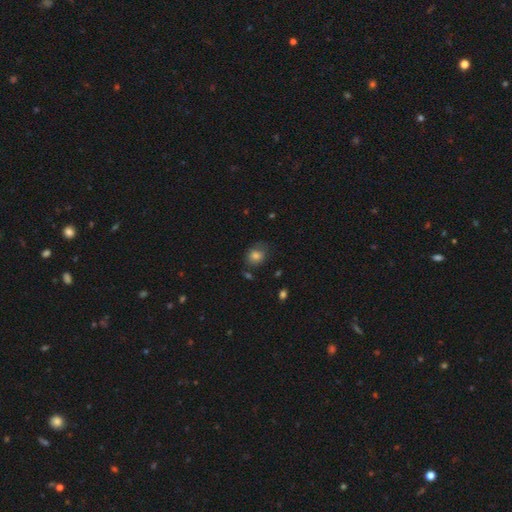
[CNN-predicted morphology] smooth-or-featured: smooth: 79% | star or artifact: 11% | featured or disk: 10%
  how-rounded: round: 50% | in between: 49% | cigar-shaped: 1%
  merging: none: 63% | minor disturbance: 25% | major disturbance: 8% | merger: 4%